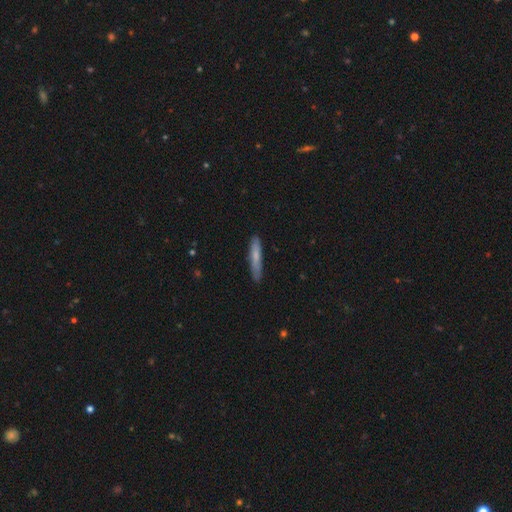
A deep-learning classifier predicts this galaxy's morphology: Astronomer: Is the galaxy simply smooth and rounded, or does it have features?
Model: smooth — 71%.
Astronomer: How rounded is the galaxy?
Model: cigar-shaped — 90%.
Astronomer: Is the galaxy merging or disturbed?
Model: none — 83%.